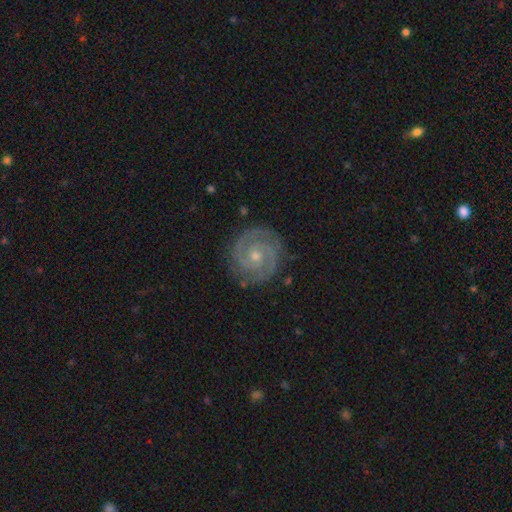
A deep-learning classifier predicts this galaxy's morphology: Q: Smooth or featured?
A: featured or disk (92%); runner-up: star or artifact (5%)
Q: Edge-on disk?
A: no (98%); runner-up: yes (2%)
Q: Bar?
A: no (66%); runner-up: weak (26%)
Q: Spiral arms?
A: yes (99%); runner-up: no (1%)
Q: Spiral winding?
A: tight (73%); runner-up: medium (24%)
Q: Spiral arm count?
A: 2 (87%); runner-up: 3 (6%)
Q: Bulge size?
A: small (55%); runner-up: moderate (42%)
Q: Merging?
A: none (85%); runner-up: minor disturbance (11%)